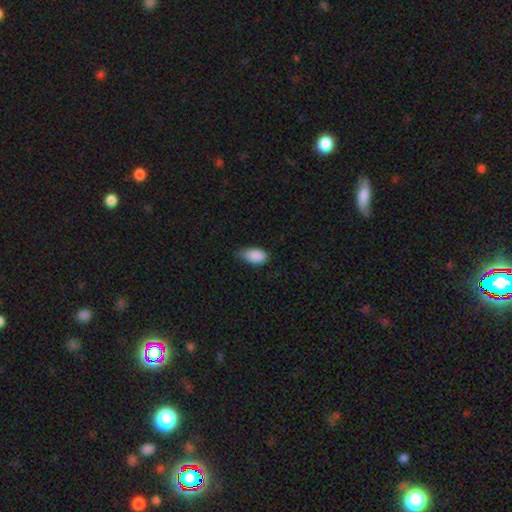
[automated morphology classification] A smooth galaxy with no disk features (89%) that is in between round and cigar-shaped (92%).

Vote fractions:
- Smooth or featured? smooth: 89% / star or artifact: 7% / featured or disk: 4%
- How rounded? in between: 92% / round: 5% / cigar-shaped: 3%
- Merging? minor disturbance: 46% / none: 45% / major disturbance: 7% / merger: 2%